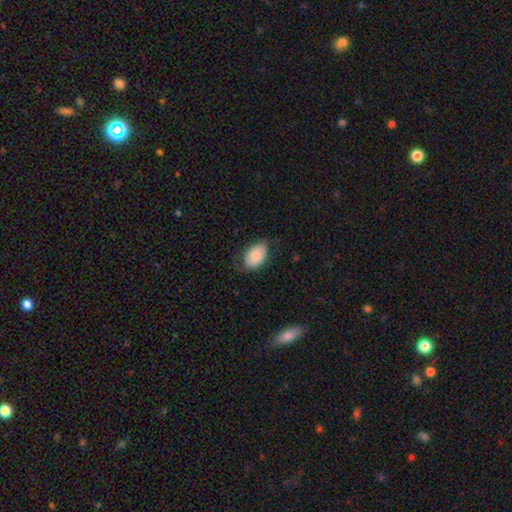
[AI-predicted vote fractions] A smooth galaxy with no disk features (75%) that is in between round and cigar-shaped (89%).

Vote fractions:
- Smooth or featured? smooth: 75% / featured or disk: 18% / star or artifact: 7%
- How rounded? in between: 89% / round: 10% / cigar-shaped: 1%
- Merging? none: 63% / minor disturbance: 26% / major disturbance: 10% / merger: 1%